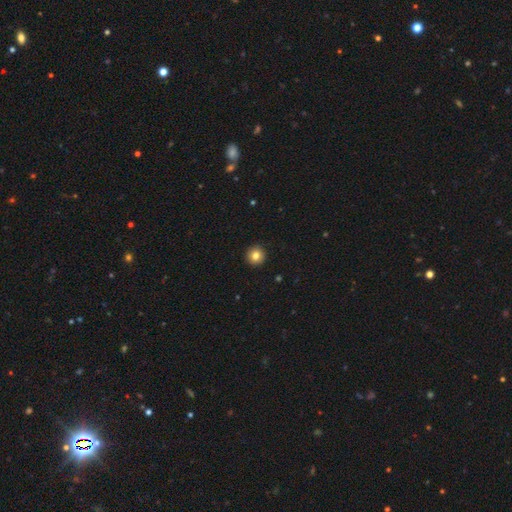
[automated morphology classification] This is clearly a smooth galaxy (82%). How rounded: clearly round (95%). Merging: clearly none (93%).